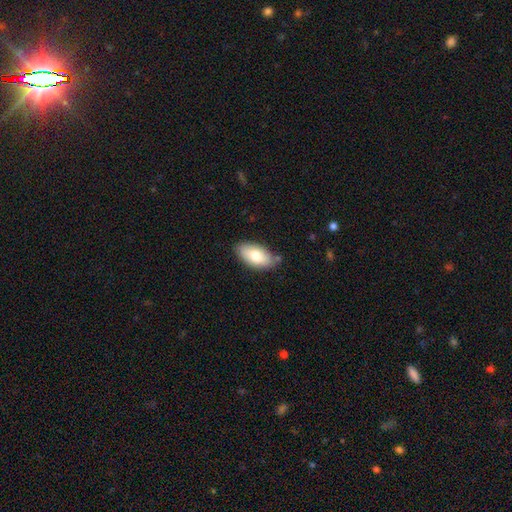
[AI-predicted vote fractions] Overall: smooth (77%). How rounded: in between (93%). Merging: none (77%).